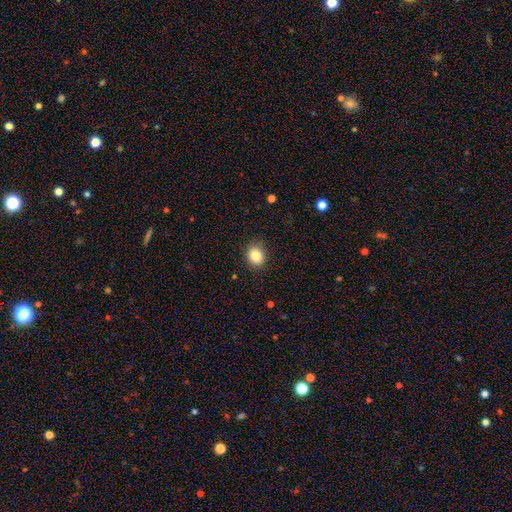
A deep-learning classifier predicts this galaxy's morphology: smooth 84%, star or artifact 10%, featured or disk 6%. Down the decision tree: how rounded — round (65%); merging — none (86%).